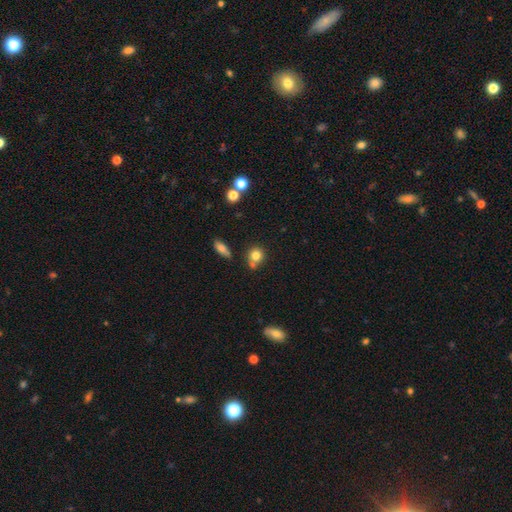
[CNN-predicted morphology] Smooth or featured?
  - smooth: 80% *
  - star or artifact: 11%
  - featured or disk: 9%
How rounded?
  - round: 81% *
  - in between: 18%
  - cigar-shaped: 1%
Merging?
  - none: 58% *
  - merger: 22%
  - minor disturbance: 15%
  - major disturbance: 5%